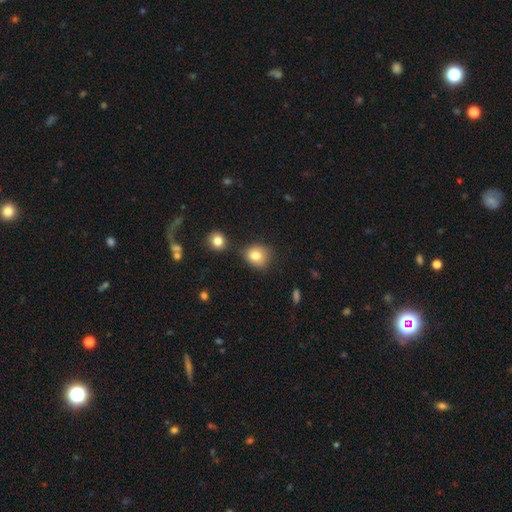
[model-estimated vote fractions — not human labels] Smooth or featured? Predicted: smooth (p=0.81). How rounded? Predicted: round (p=0.82). Merging? Predicted: none (p=0.76).